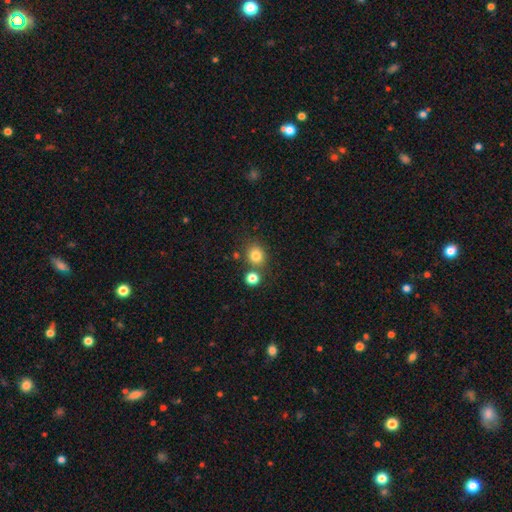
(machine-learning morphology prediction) smooth 80%, star or artifact 13%, featured or disk 7%. Down the decision tree: how rounded — round (81%); merging — none (73%).